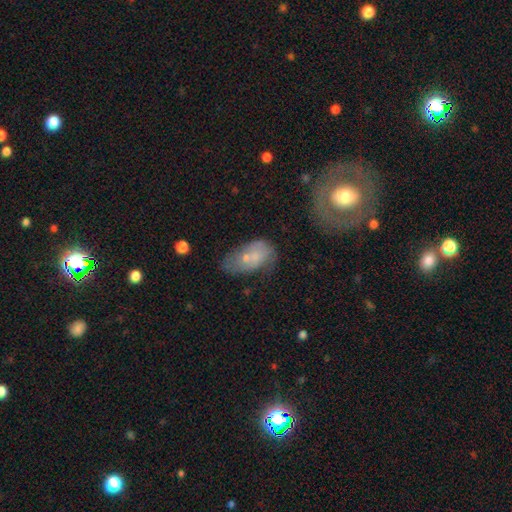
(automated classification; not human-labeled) smooth 56%, featured or disk 35%, star or artifact 9%. Down the decision tree: how rounded — in between (91%); merging — none (36%).